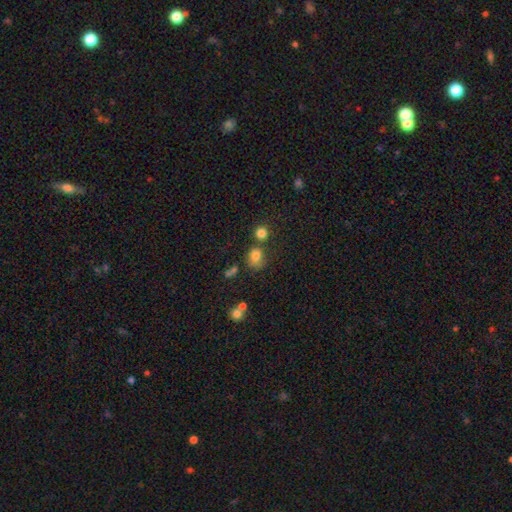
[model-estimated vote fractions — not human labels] Smooth or featured? Predicted: smooth (p=0.77). How rounded? Predicted: round (p=0.72). Merging? Predicted: none (p=0.49).